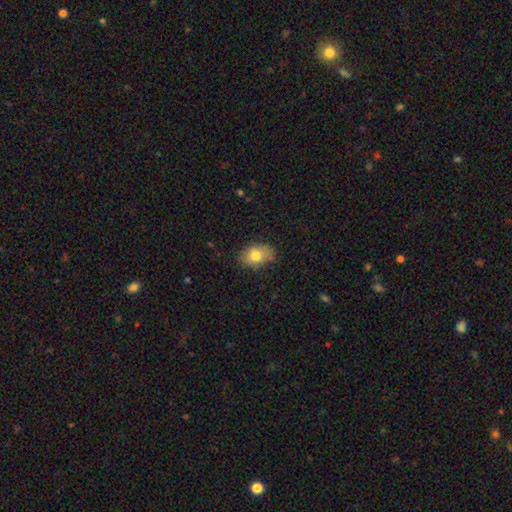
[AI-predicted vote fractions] smooth 77%, featured or disk 14%, star or artifact 9%. Down the decision tree: how rounded — in between (77%); merging — none (78%).